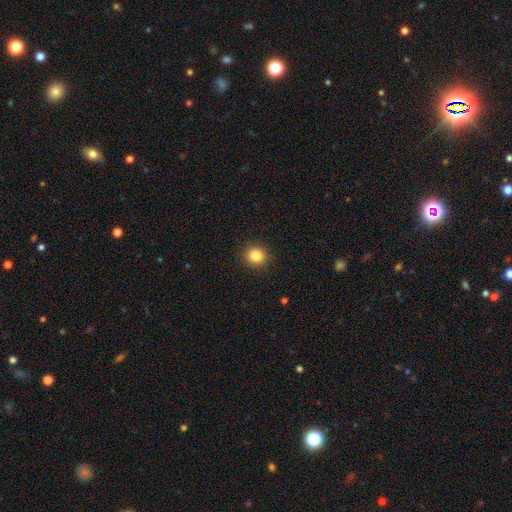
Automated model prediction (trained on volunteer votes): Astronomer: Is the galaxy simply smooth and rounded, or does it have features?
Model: smooth — 86%.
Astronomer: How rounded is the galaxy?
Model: round — 88%.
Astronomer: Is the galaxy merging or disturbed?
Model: none — 91%.